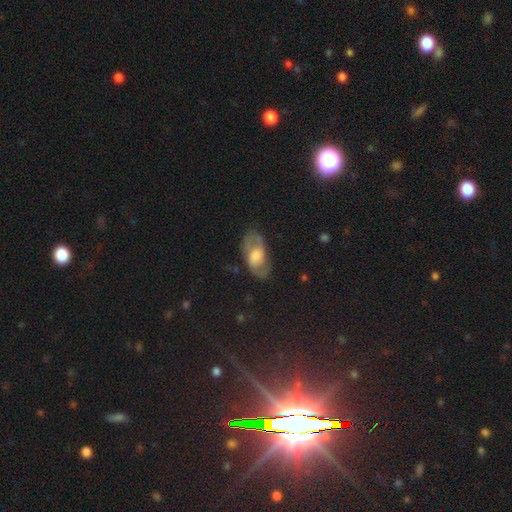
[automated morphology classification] smooth-or-featured: featured or disk: 56% | smooth: 36% | star or artifact: 8%
  disk-edge-on: no: 89% | yes: 11%
    bar: no: 59% | weak: 32% | strong: 8%
    has-spiral-arms: yes: 66% | no: 34%
    bulge-size: large: 45% | moderate: 32% | small: 12% | none: 8% | dominant: 4%
  merging: none: 70% | minor disturbance: 19% | major disturbance: 10% | merger: 2%